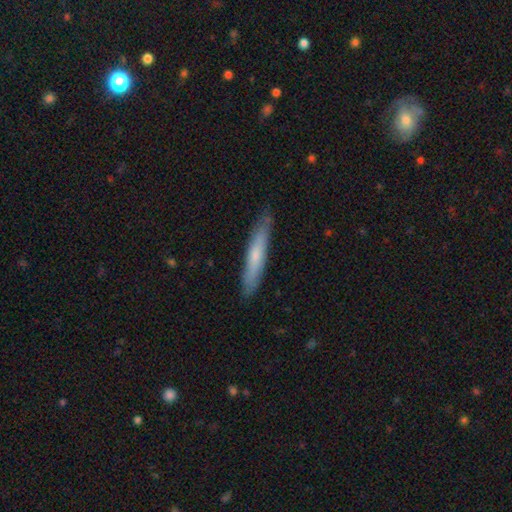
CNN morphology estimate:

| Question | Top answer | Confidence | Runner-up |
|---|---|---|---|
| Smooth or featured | smooth | 60% | featured or disk (34%) |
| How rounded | cigar-shaped | 92% | in between (7%) |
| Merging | none | 85% | minor disturbance (12%) |